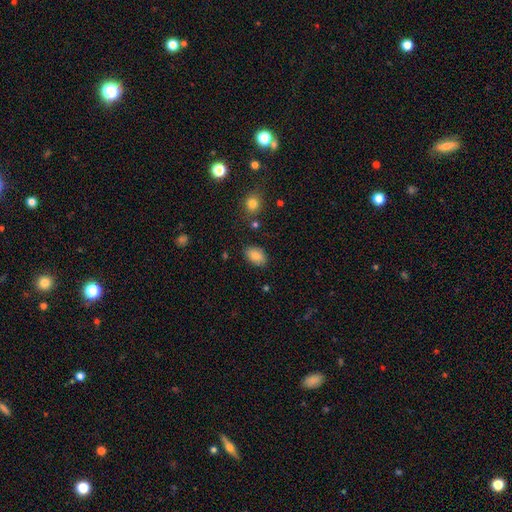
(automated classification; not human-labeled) Smooth or featured: smooth — 87% (star or artifact — 8%)
How rounded: in between — 89% (round — 9%)
Merging: none — 83% (minor disturbance — 12%)